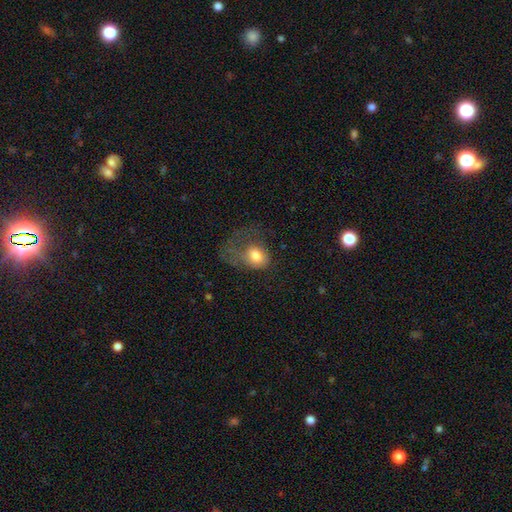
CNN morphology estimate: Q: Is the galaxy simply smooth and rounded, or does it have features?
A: smooth — 70%.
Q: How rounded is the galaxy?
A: in between — 65%.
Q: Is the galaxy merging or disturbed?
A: major disturbance — 59%.